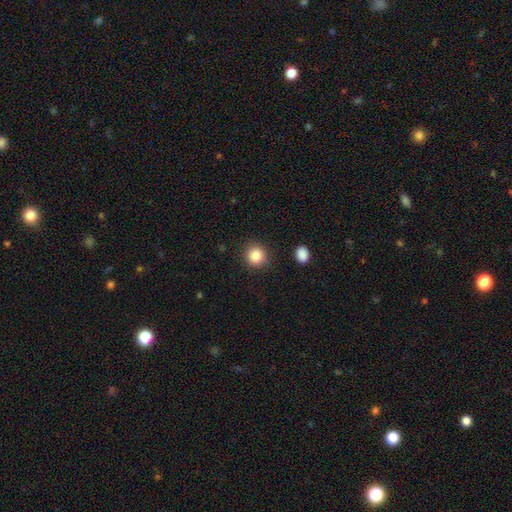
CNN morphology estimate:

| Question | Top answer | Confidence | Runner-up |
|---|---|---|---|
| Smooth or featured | smooth | 86% | star or artifact (10%) |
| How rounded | round | 90% | in between (9%) |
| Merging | none | 88% | minor disturbance (7%) |